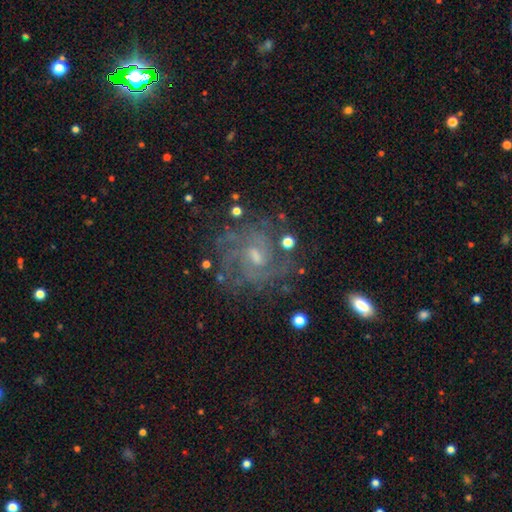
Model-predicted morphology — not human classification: This is clearly a featured or disk galaxy (84%). It is clearly not viewed edge-on (97%). Bar: possibly weak (58%). Spiral arm pattern: clearly yes (95%). Spiral arm count: marginally can't tell (28%). Spiral winding: possibly tight (47%). Central bulge: possibly small (46%). Merging: likely none (71%).